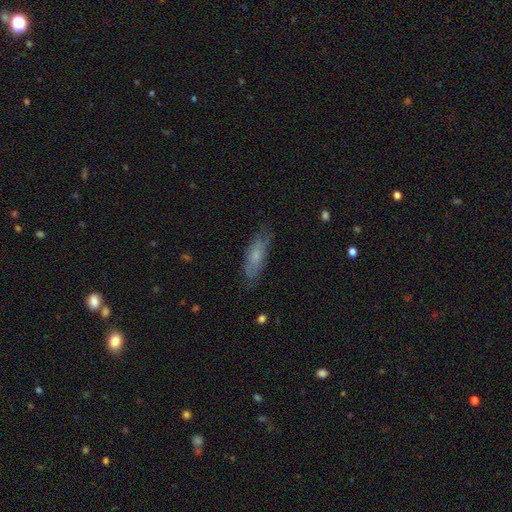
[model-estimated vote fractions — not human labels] smooth 58%, featured or disk 35%, star or artifact 8%. Down the decision tree: how rounded — in between (60%); merging — none (71%).